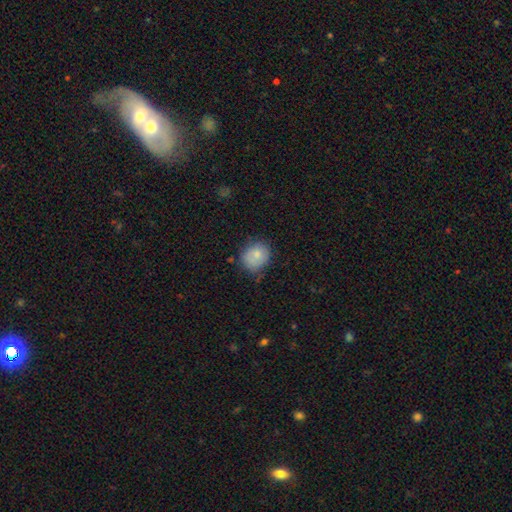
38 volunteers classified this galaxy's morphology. A smooth galaxy with no disk features (82%) that is round (58%). Merging: none (64%).